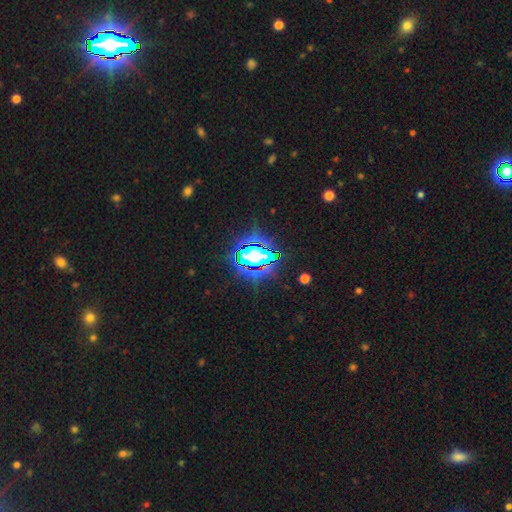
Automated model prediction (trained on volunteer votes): Smooth or featured? star or artifact (79%)